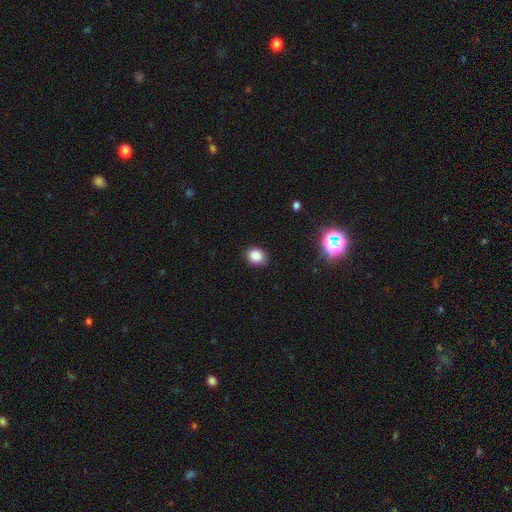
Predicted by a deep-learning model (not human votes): Smooth or featured? Predicted: smooth (p=0.85). How rounded? Predicted: round (p=0.62). Merging? Predicted: none (p=0.85).